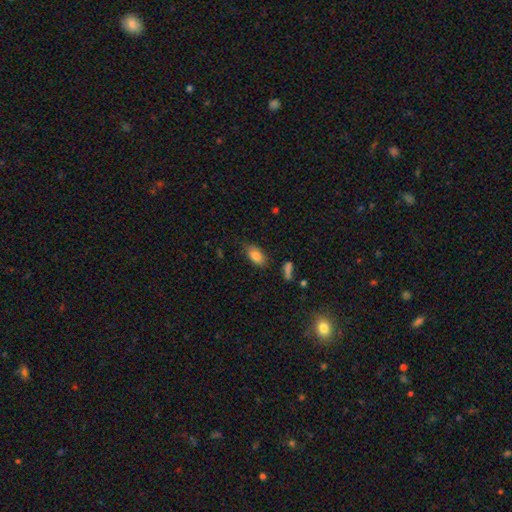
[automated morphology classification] Q: Smooth or featured?
A: smooth (83%); runner-up: featured or disk (9%)
Q: How rounded?
A: in between (90%); runner-up: round (5%)
Q: Merging?
A: none (74%); runner-up: minor disturbance (19%)